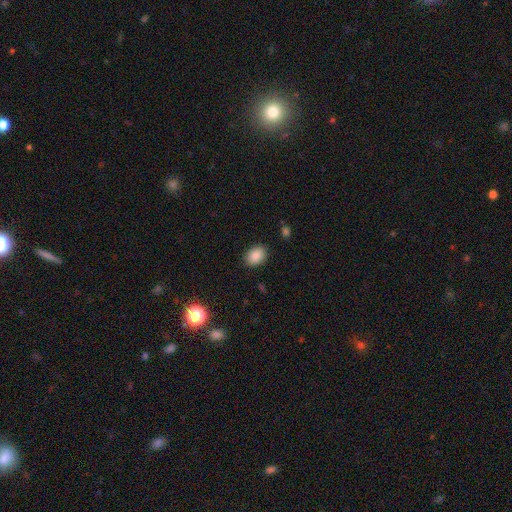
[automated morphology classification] A smooth galaxy with no disk features (88%) that is in between round and cigar-shaped (73%).

Vote fractions:
- Smooth or featured? smooth: 88% / star or artifact: 8% / featured or disk: 4%
- How rounded? in between: 73% / round: 26% / cigar-shaped: 1%
- Merging? none: 88% / minor disturbance: 9% / major disturbance: 2% / merger: 1%